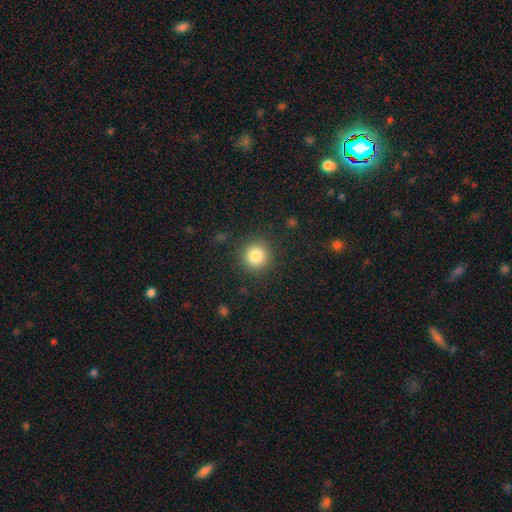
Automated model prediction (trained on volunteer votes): smooth_or_featured: smooth (p=0.83) [alt: star or artifact p=0.11]
how_rounded: round (p=0.92) [alt: in between p=0.07]
merging: none (p=0.89) [alt: minor disturbance p=0.07]